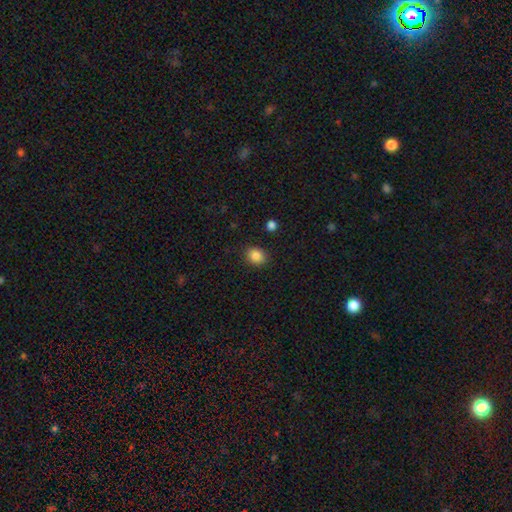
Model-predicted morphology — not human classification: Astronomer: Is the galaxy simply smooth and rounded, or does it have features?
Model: smooth — 86%.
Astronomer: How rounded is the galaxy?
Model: round — 53% (runner-up: in between, 46%).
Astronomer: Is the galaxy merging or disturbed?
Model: none — 87%.